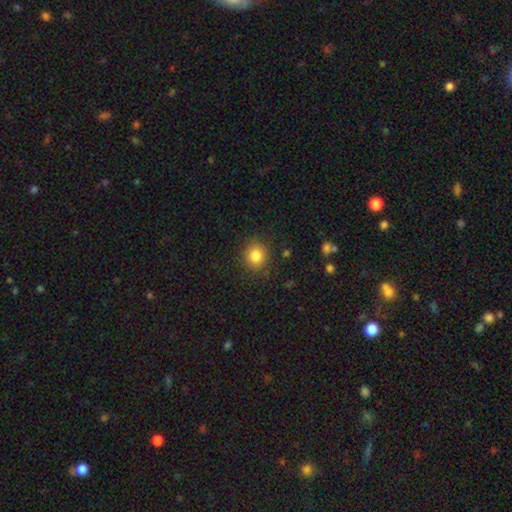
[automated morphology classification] smooth_or_featured: smooth (p=0.83) [alt: star or artifact p=0.11]
how_rounded: round (p=0.83) [alt: in between p=0.16]
merging: none (p=0.86) [alt: minor disturbance p=0.10]